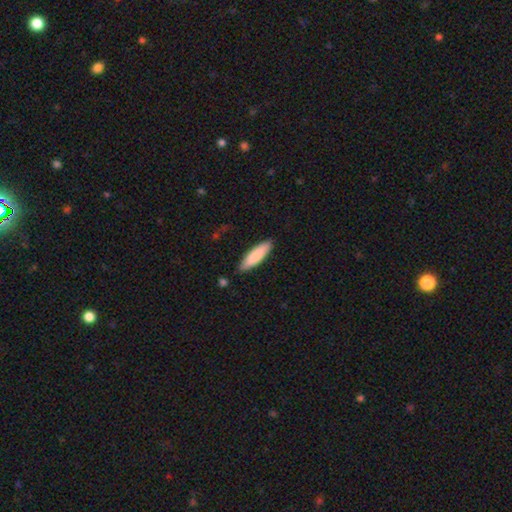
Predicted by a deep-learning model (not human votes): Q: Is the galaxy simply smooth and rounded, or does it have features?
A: smooth — 86%.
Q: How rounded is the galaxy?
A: cigar-shaped — 61%.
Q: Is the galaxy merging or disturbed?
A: none — 87%.